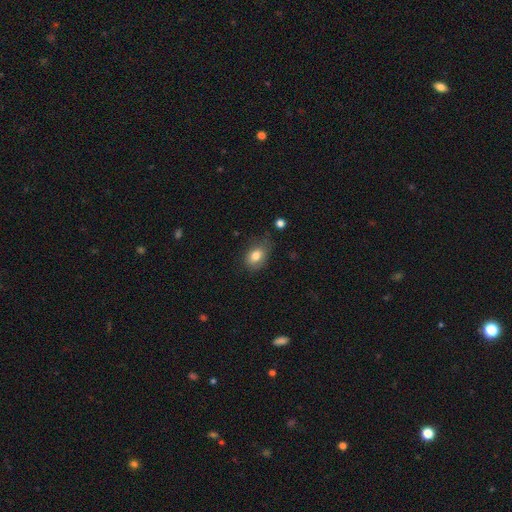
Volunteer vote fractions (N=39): Smooth or featured: smooth — 77% (featured or disk — 15%)
How rounded: in between — 80% (round — 20%)
Merging: none — 64% (minor disturbance — 25%)